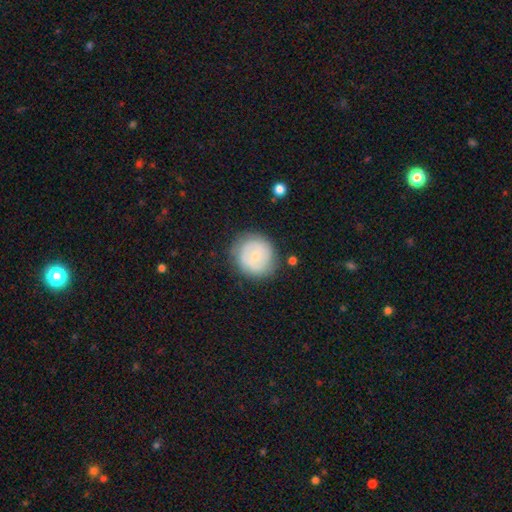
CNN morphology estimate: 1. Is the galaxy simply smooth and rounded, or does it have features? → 56% smooth, 37% featured or disk, 7% star or artifact.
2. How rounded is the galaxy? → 91% round, 8% in between, 1% cigar-shaped.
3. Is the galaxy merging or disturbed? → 79% none, 14% minor disturbance, 5% major disturbance, 2% merger.